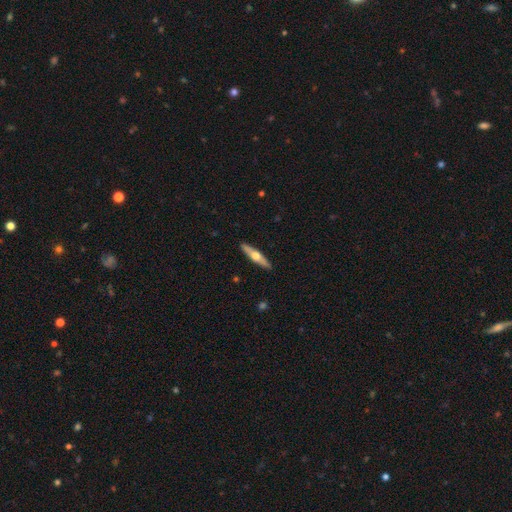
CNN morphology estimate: Smooth or featured? Predicted: featured or disk (p=0.57). Edge-on disk? Predicted: yes (p=0.94). Edge-on bulge? Predicted: rounded (p=0.94). Merging? Predicted: none (p=0.91).